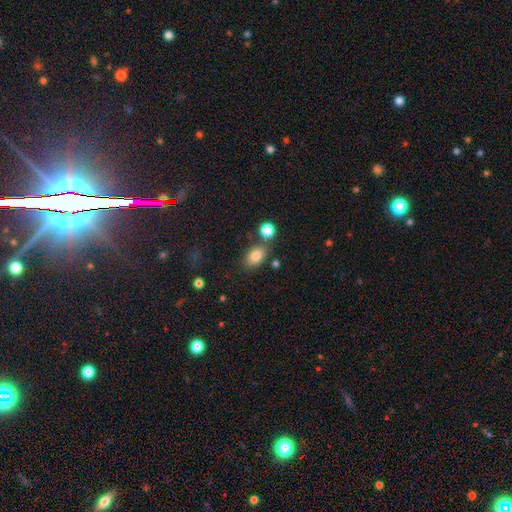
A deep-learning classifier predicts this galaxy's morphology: smooth 83%, star or artifact 9%, featured or disk 8%. Down the decision tree: how rounded — in between (85%); merging — none (71%).